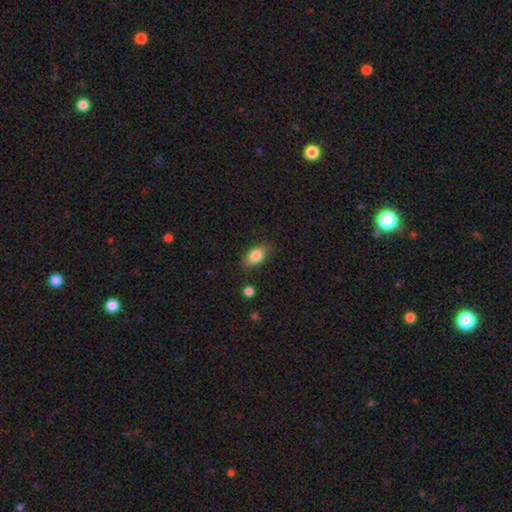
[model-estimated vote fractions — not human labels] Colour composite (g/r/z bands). It shows a smooth galaxy with no disk features (83%) that is in between round and cigar-shaped (87%). Merging: none (80%).